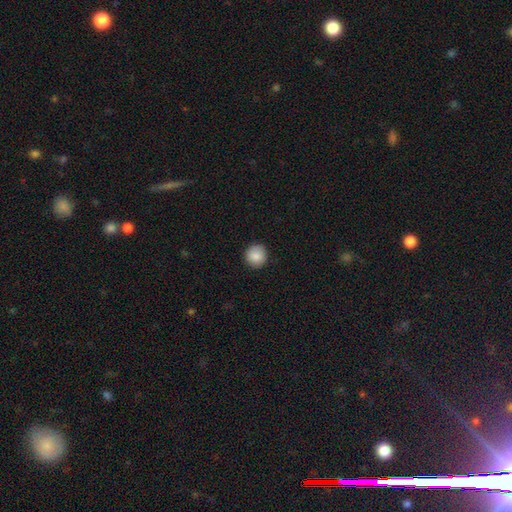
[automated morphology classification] Smooth or featured?
  - smooth: 88% *
  - star or artifact: 8%
  - featured or disk: 4%
How rounded?
  - round: 95% *
  - in between: 4%
  - cigar-shaped: 1%
Merging?
  - none: 91% *
  - minor disturbance: 6%
  - major disturbance: 2%
  - merger: 1%